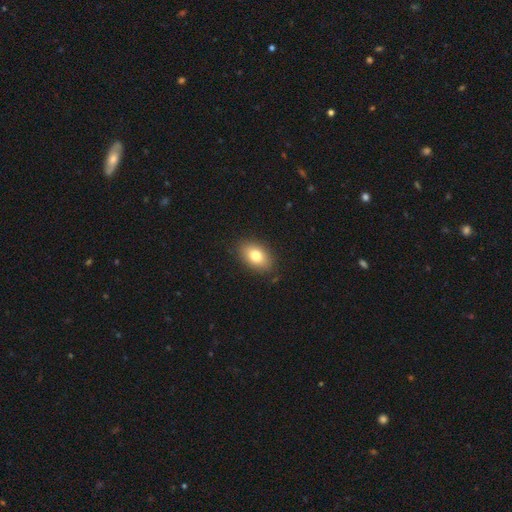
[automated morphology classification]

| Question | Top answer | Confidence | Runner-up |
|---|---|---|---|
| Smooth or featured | smooth | 79% | featured or disk (13%) |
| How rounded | in between | 87% | round (12%) |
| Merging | none | 87% | minor disturbance (9%) |